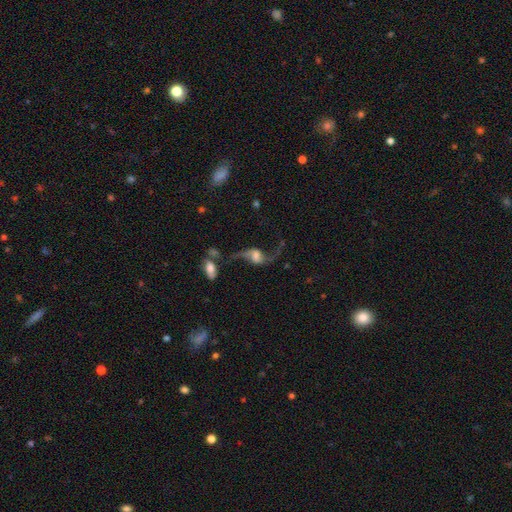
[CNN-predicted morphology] Overall: featured or disk (82%). Edge-on disk: no (95%). Bar: weak (47%; no 36%). Spiral arms: yes (94%). Spiral arm count: 2 (92%). Spiral winding: loose (92%). Bulge size: moderate (32%; large 26%). Merging: none (51%; major disturbance 18%).